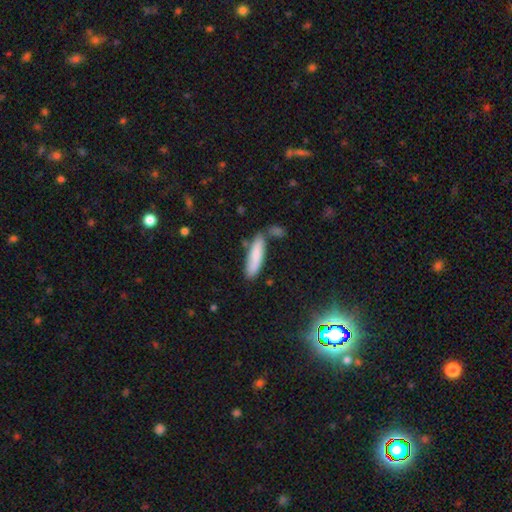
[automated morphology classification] This is clearly a smooth galaxy (80%). How rounded: likely cigar-shaped (68%). Merging: likely none (70%).